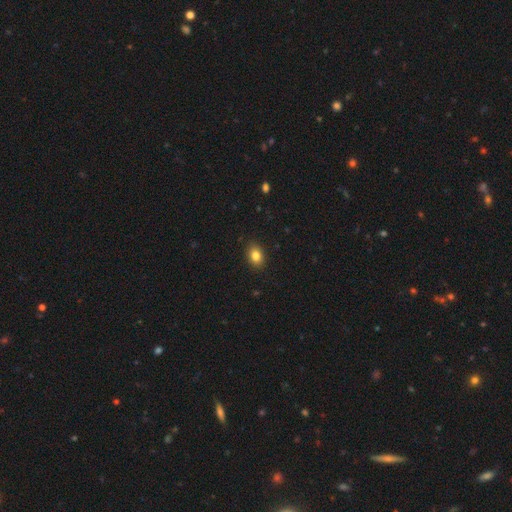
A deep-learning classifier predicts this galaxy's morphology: type=smooth (84%); roundness=in between (71%); merging=none (89%).